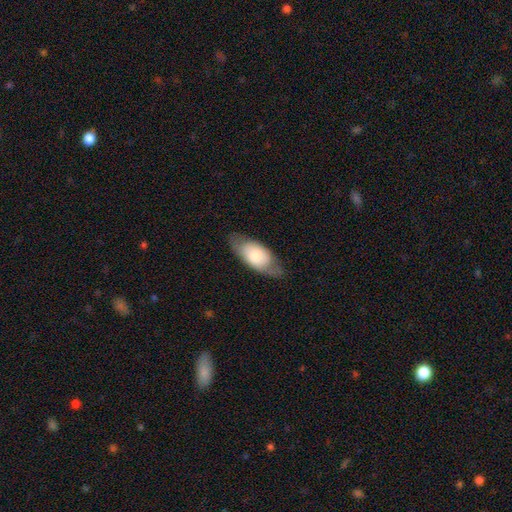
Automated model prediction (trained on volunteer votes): This is likely a smooth galaxy (62%). How rounded: clearly in between (88%). Merging: likely none (73%).